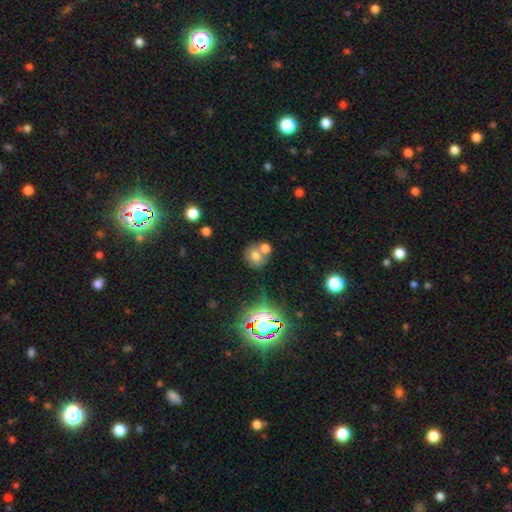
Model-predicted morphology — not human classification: smooth_or_featured: smooth (p=0.65) [alt: star or artifact p=0.20]
how_rounded: round (p=0.72) [alt: in between p=0.27]
merging: none (p=0.44) [alt: merger p=0.42]